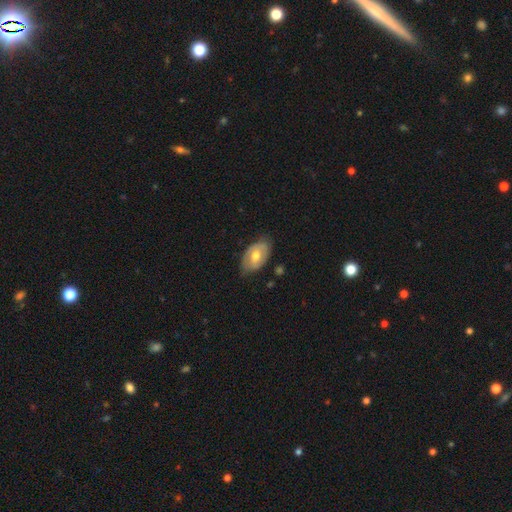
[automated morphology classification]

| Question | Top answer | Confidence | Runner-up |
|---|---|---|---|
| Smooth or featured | smooth | 48% | featured or disk (46%) |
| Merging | none | 67% | minor disturbance (26%) |